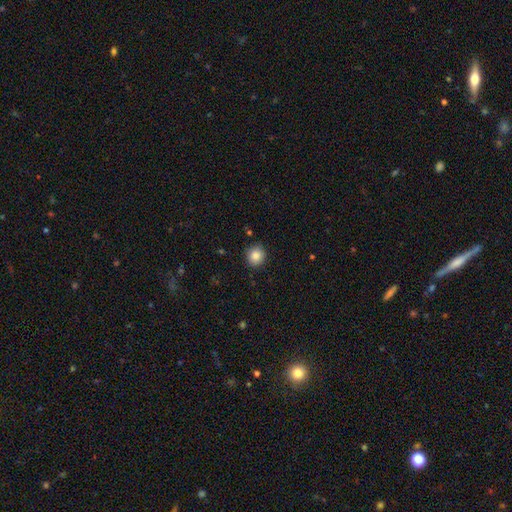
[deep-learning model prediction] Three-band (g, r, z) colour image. It shows a smooth galaxy with no disk features (86%) that is round (90%). Merging: none (90%).